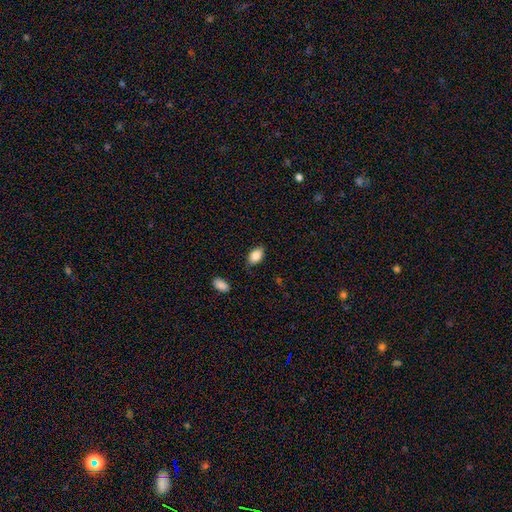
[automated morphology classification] Overall: smooth (86%). How rounded: in between (89%). Merging: none (79%).